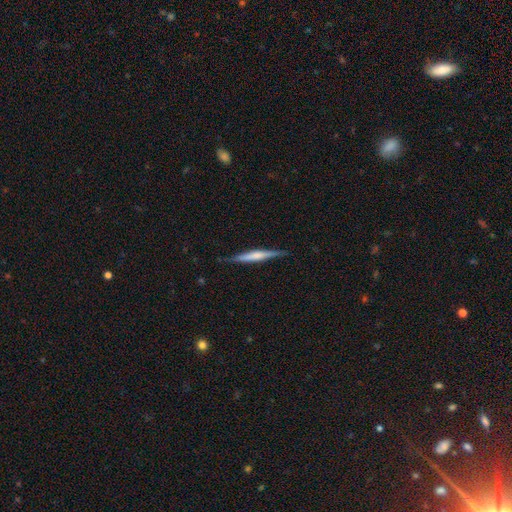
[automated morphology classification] featured or disk 56%, smooth 38%, star or artifact 5%. Down the decision tree: edge-on disk — yes (97%); edge-on bulge — rounded (41%); merging — none (86%).